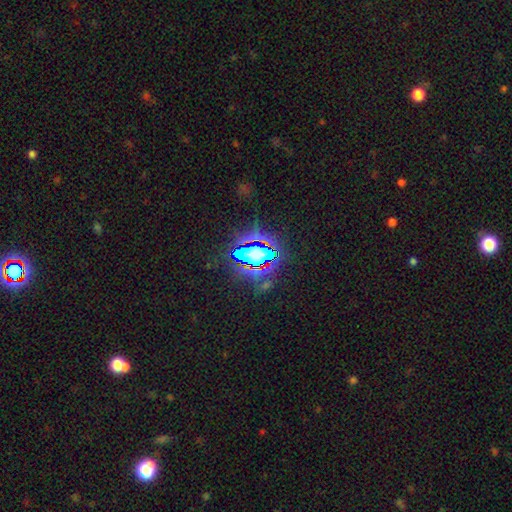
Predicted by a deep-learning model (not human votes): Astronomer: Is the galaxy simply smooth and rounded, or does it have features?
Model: star or artifact — 64%.